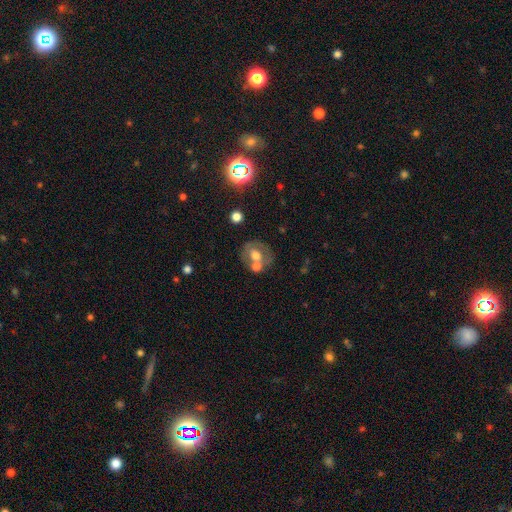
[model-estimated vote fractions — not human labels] Smooth or featured? smooth (51%)
How rounded? round (67%)
Merging? none (45%)